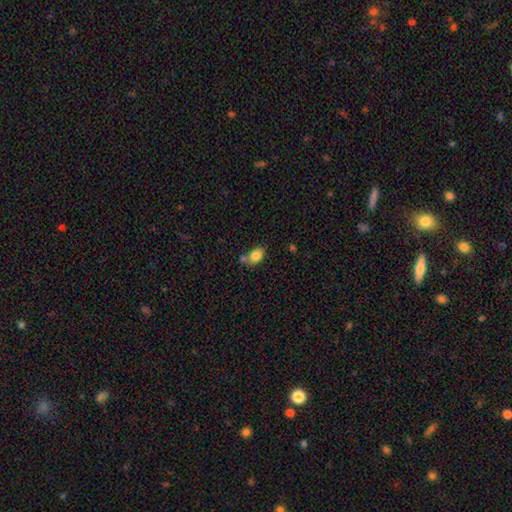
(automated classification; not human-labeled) Smooth or featured? Predicted: smooth (p=0.83). How rounded? Predicted: in between (p=0.71). Merging? Predicted: none (p=0.52).